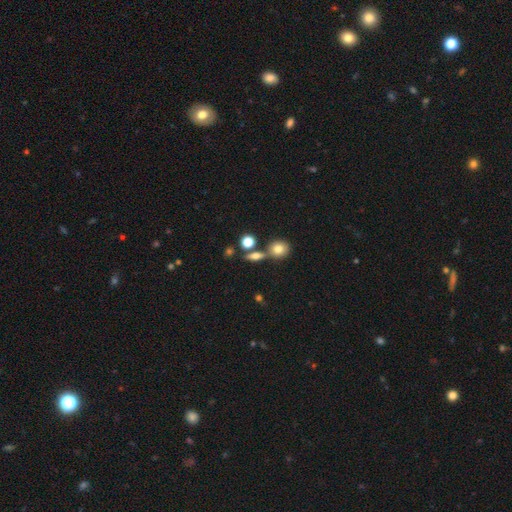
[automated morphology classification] The model was most divided on "how rounded": in between: 44%, round: 33%, cigar-shaped: 23%. More confident: merging — none (67%); smooth or featured — smooth (64%).